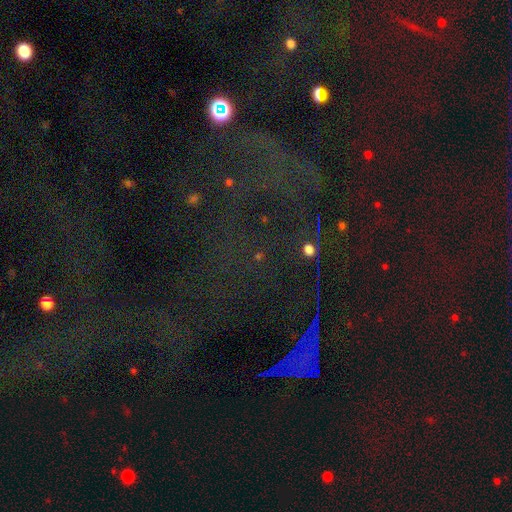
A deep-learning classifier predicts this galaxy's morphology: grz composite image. It shows a star or artifact, not a galaxy (72%).